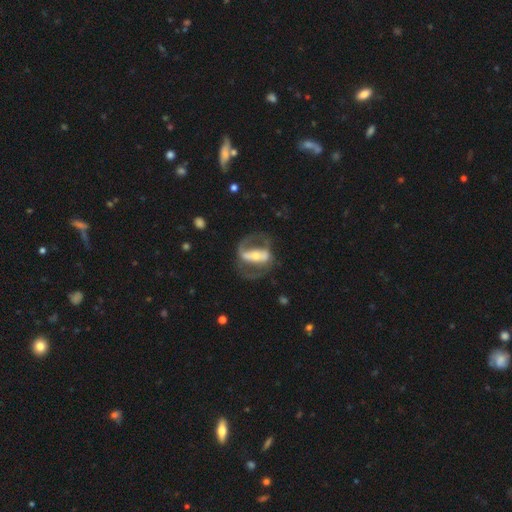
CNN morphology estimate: featured or disk 81%, smooth 14%, star or artifact 5%. Down the decision tree: edge-on disk — no (91%); bar — strong (71%); spiral arms — yes (76%); spiral arm count — 2 (83%); spiral winding — medium (50%); bulge size — moderate (46%); merging — none (60%).